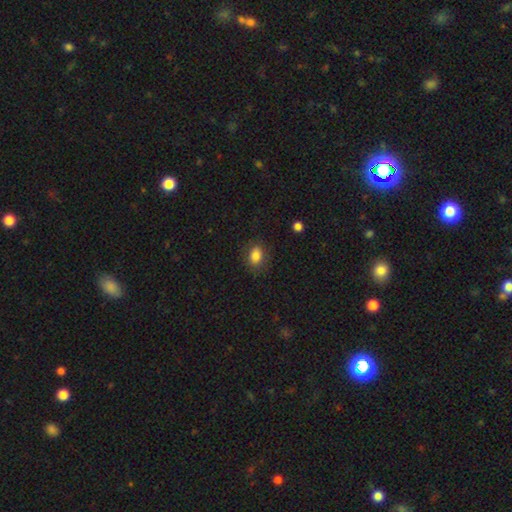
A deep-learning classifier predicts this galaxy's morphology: Smooth or featured? smooth (83%)
How rounded? in between (65%)
Merging? none (82%)